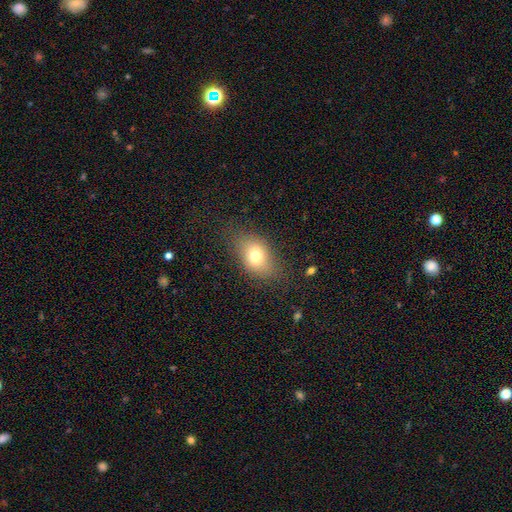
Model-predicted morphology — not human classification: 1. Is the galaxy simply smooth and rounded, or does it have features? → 73% smooth, 16% featured or disk, 11% star or artifact.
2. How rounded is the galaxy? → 77% in between, 21% round, 2% cigar-shaped.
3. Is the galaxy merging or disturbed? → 76% none, 16% minor disturbance, 7% major disturbance, 1% merger.